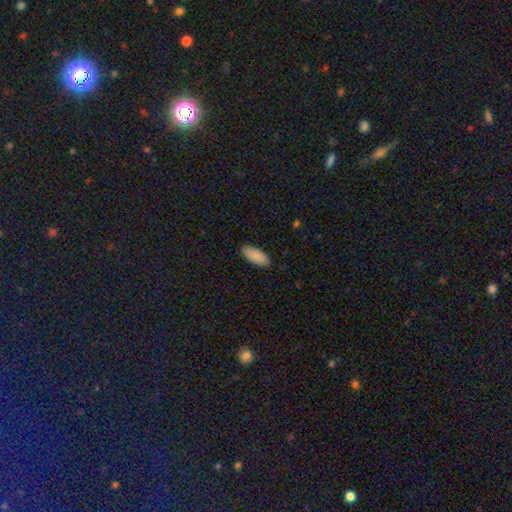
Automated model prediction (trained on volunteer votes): A smooth galaxy with no disk features (90%) that is in between round and cigar-shaped (82%).

Vote fractions:
- Smooth or featured? smooth: 90% / star or artifact: 6% / featured or disk: 5%
- How rounded? in between: 82% / cigar-shaped: 17% / round: 2%
- Merging? none: 88% / minor disturbance: 9% / major disturbance: 2% / merger: 1%